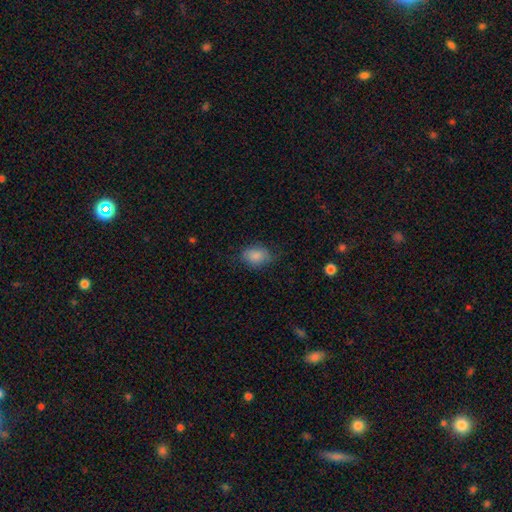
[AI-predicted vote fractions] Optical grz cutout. It shows a smooth galaxy with no disk features (85%) that is in between round and cigar-shaped (73%). Merging: none (68%).